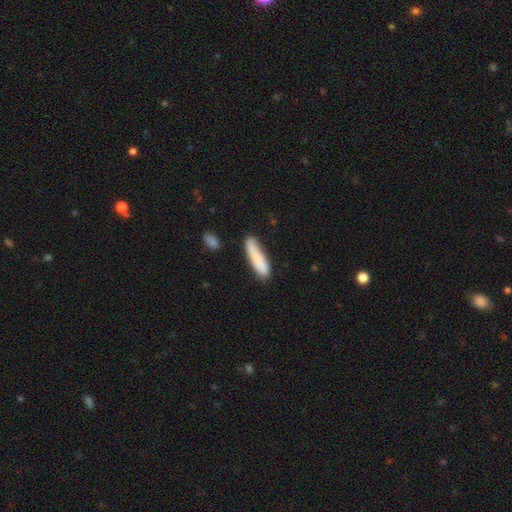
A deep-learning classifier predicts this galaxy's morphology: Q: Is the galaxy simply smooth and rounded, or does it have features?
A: smooth — 82%.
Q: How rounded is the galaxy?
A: cigar-shaped — 78%.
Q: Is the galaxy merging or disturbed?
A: none — 69%.